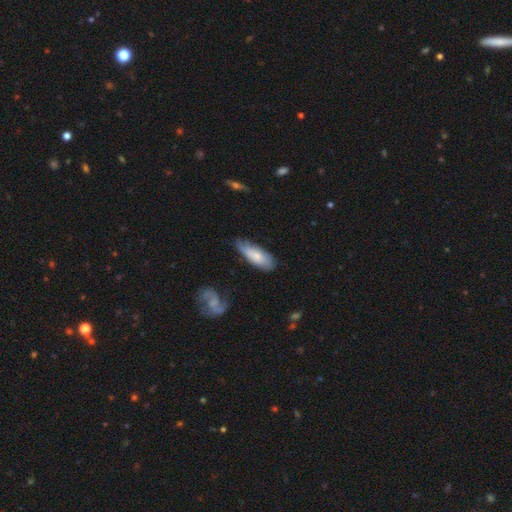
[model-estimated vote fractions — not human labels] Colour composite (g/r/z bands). It shows a smooth galaxy with no disk features (70%) that is in between round and cigar-shaped (63%). Merging: none (56%).